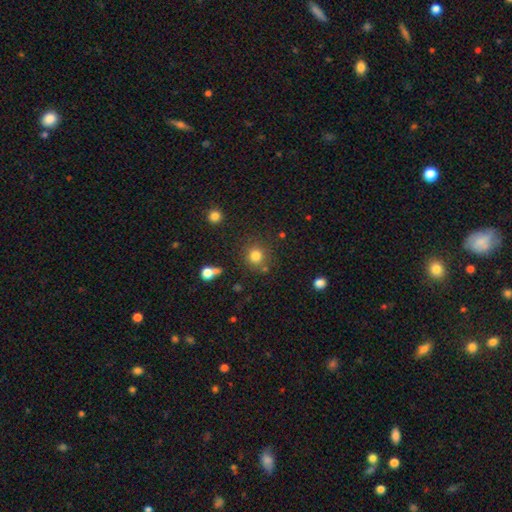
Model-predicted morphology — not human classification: Q: Smooth or featured?
A: smooth (81%); runner-up: star or artifact (13%)
Q: How rounded?
A: round (90%); runner-up: in between (9%)
Q: Merging?
A: none (81%); runner-up: minor disturbance (9%)